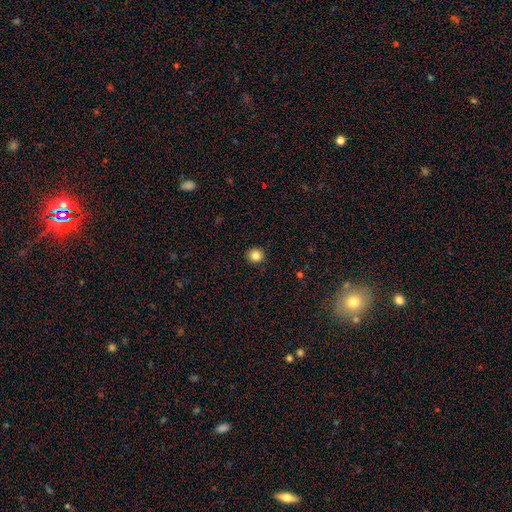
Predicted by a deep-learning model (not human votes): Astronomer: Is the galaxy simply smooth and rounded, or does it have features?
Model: smooth — 83%.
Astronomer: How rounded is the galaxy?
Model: round — 90%.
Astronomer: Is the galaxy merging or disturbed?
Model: none — 92%.